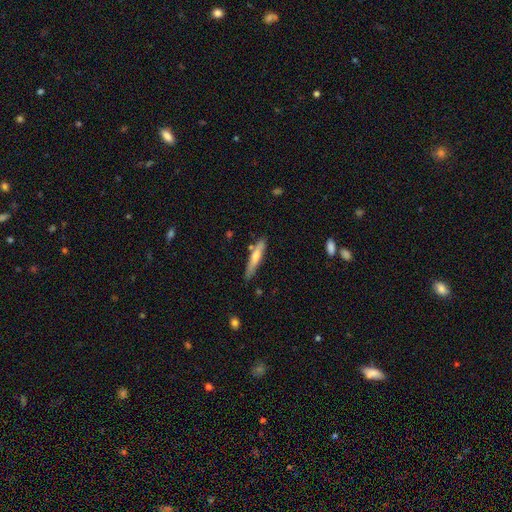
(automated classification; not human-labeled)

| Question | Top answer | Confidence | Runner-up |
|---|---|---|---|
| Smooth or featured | smooth | 57% | featured or disk (37%) |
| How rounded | cigar-shaped | 89% | in between (10%) |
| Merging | none | 75% | minor disturbance (18%) |